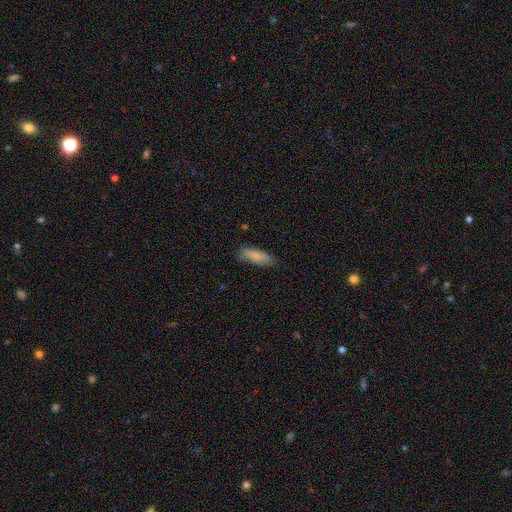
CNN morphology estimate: Overall: smooth (81%). How rounded: in between (67%; cigar-shaped 31%). Merging: none (65%; minor disturbance 27%).